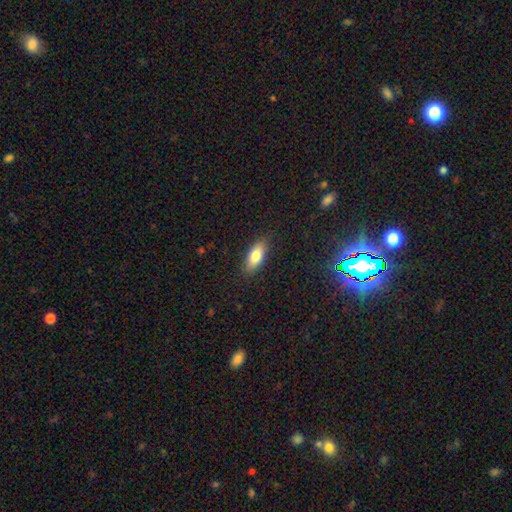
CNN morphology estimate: Smooth or featured: smooth — 80% (featured or disk — 13%)
How rounded: in between — 81% (cigar-shaped — 17%)
Merging: none — 87% (minor disturbance — 10%)